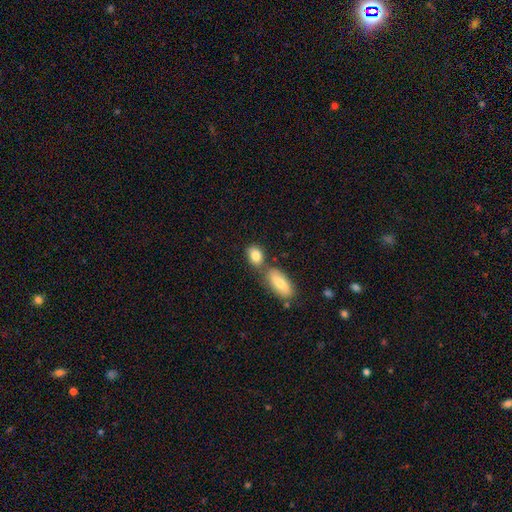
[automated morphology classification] Overall: smooth (82%). How rounded: in between (75%). Merging: none (52%; merger 32%).